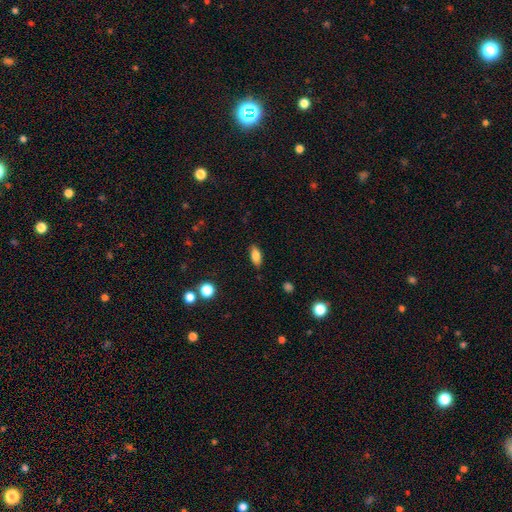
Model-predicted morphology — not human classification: This appears to be a smooth galaxy with no disk features (83%) that is in between round and cigar-shaped (84%). Merging: none (86%).